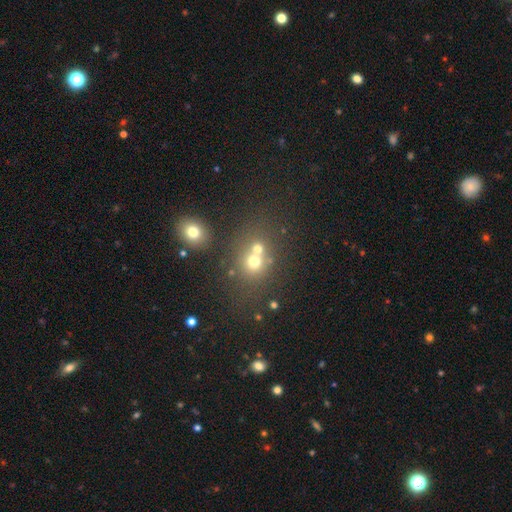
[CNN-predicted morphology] smooth 63%, star or artifact 23%, featured or disk 14%. Down the decision tree: how rounded — round (70%); merging — none (45%).